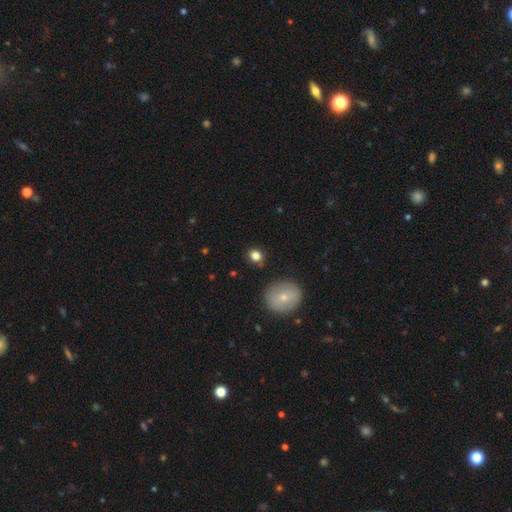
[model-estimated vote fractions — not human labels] This is clearly a smooth galaxy (82%). How rounded: likely round (60%). Merging: clearly none (85%).